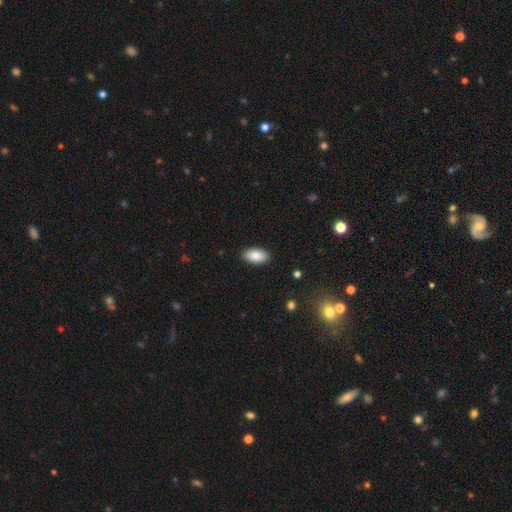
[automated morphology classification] type=smooth (84%); roundness=in between (94%); merging=none (90%).